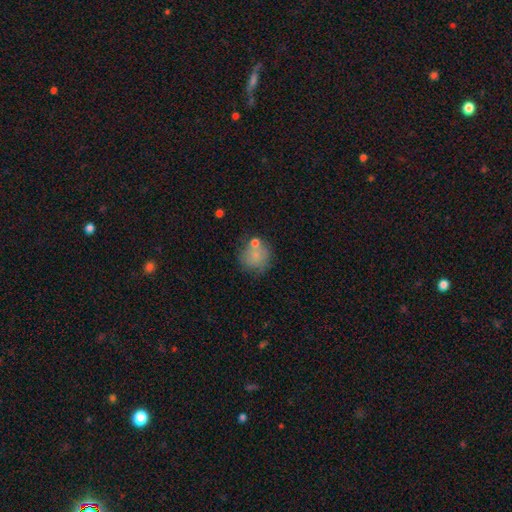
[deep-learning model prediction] Q: Smooth or featured?
A: smooth (76%); runner-up: featured or disk (15%)
Q: How rounded?
A: round (88%); runner-up: in between (11%)
Q: Merging?
A: none (59%); runner-up: minor disturbance (18%)